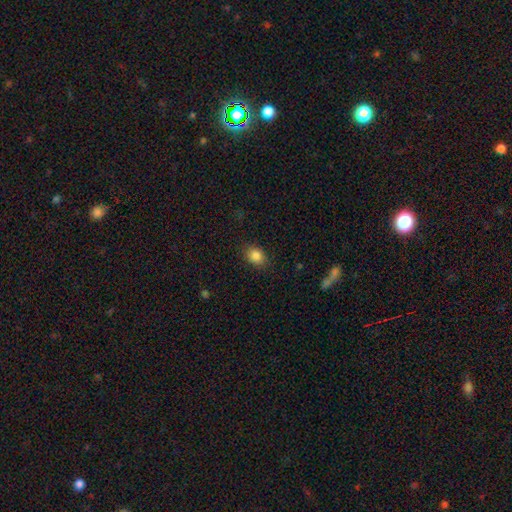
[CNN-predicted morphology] Smooth or featured: smooth — 86% (star or artifact — 9%)
How rounded: in between — 60% (round — 39%)
Merging: none — 85% (minor disturbance — 11%)